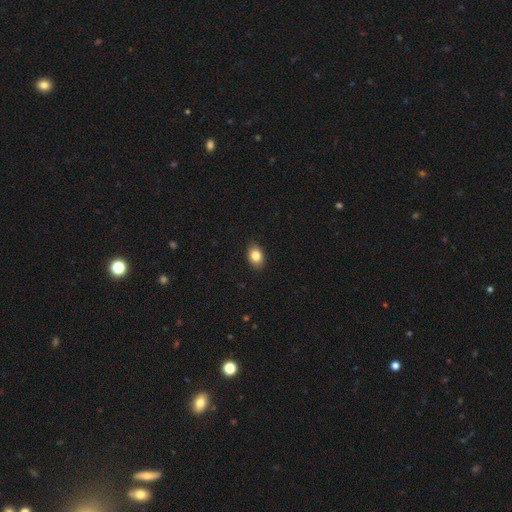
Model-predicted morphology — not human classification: smooth-or-featured: smooth: 83% | star or artifact: 9% | featured or disk: 8%
  how-rounded: in between: 78% | round: 21% | cigar-shaped: 1%
  merging: none: 89% | minor disturbance: 9% | major disturbance: 2% | merger: 1%